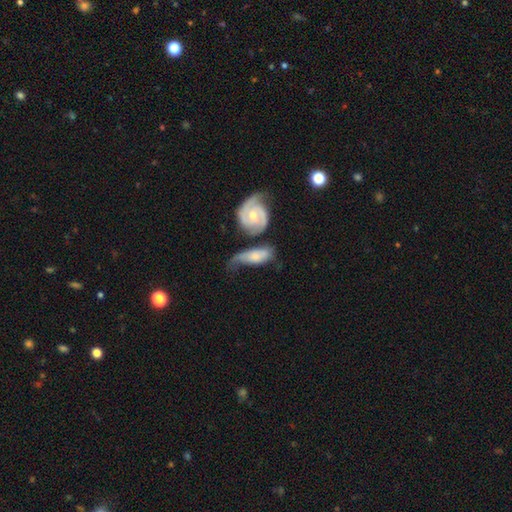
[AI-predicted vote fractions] This appears to be a featured or disk galaxy (52%). Merging: merger (29%).